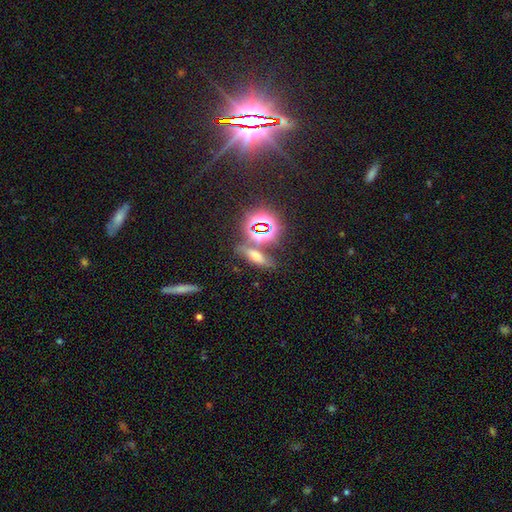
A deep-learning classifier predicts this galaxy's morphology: Smooth or featured?
  - smooth: 50% *
  - star or artifact: 33%
  - featured or disk: 17%
How rounded?
  - cigar-shaped: 48% *
  - in between: 40%
  - round: 12%
Merging?
  - none: 65% *
  - merger: 17%
  - minor disturbance: 12%
  - major disturbance: 6%